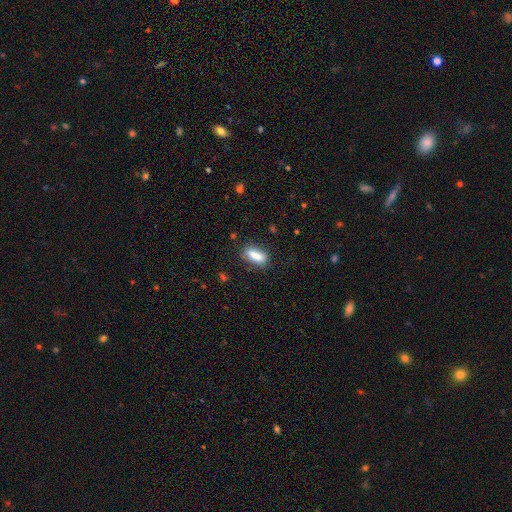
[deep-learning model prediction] Smooth or featured? smooth (83%)
How rounded? in between (66%)
Merging? none (79%)